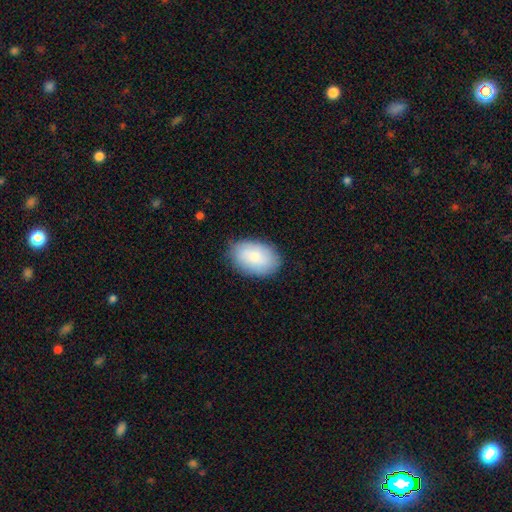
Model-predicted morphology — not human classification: smooth-or-featured: smooth: 80% | featured or disk: 14% | star or artifact: 6%
  how-rounded: in between: 90% | round: 9% | cigar-shaped: 1%
  merging: none: 81% | minor disturbance: 14% | major disturbance: 3% | merger: 1%